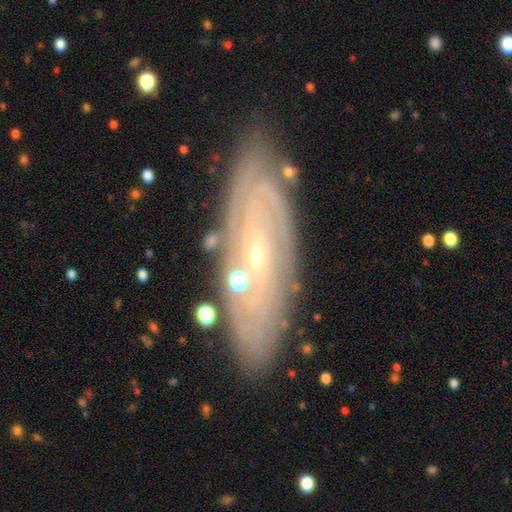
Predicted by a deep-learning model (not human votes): This is likely a featured or disk galaxy (80%). It is clearly not viewed edge-on (84%). Bar: possibly no (54%). Spiral arm pattern: clearly yes (91%). Spiral arm count: possibly can't tell (50%). Spiral winding: likely tight (75%). Central bulge: likely small (79%). Merging: clearly none (81%).